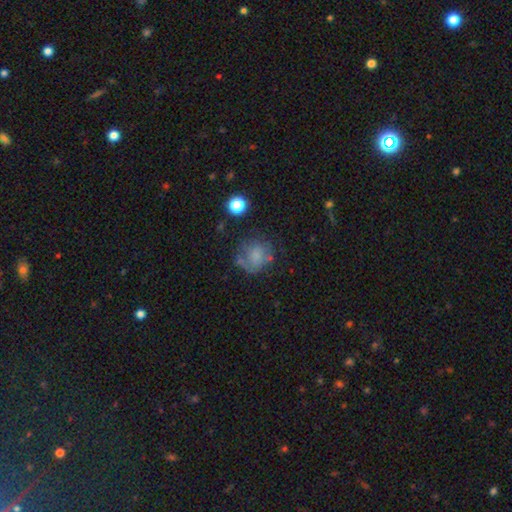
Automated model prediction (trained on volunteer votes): smooth-or-featured: smooth: 63% | featured or disk: 25% | star or artifact: 13%
  how-rounded: round: 74% | in between: 25% | cigar-shaped: 1%
  merging: none: 48% | minor disturbance: 25% | major disturbance: 20% | merger: 7%